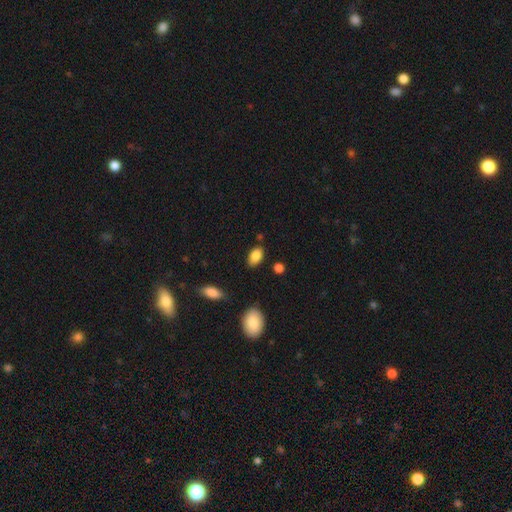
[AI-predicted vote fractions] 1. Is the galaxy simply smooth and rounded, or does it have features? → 86% smooth, 8% star or artifact, 6% featured or disk.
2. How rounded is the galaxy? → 91% in between, 7% round, 2% cigar-shaped.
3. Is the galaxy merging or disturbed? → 80% none, 14% minor disturbance, 3% merger, 3% major disturbance.